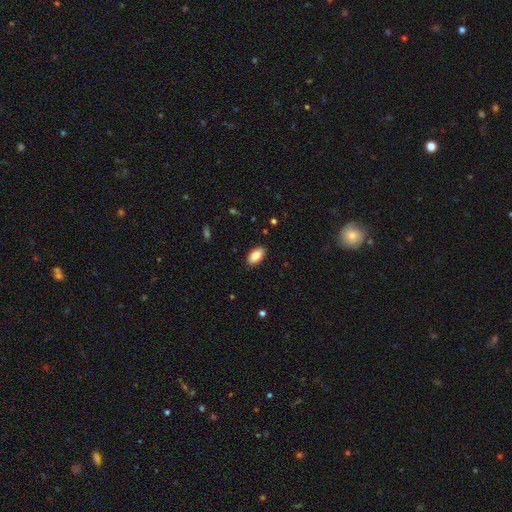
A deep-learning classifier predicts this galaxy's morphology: type=smooth (89%); roundness=in between (94%); merging=none (87%).